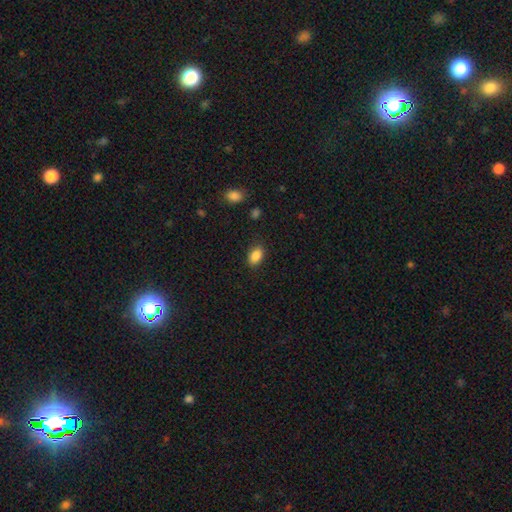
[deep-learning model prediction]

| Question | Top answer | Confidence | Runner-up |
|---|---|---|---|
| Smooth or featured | smooth | 87% | star or artifact (9%) |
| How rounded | in between | 87% | round (11%) |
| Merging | none | 85% | minor disturbance (11%) |